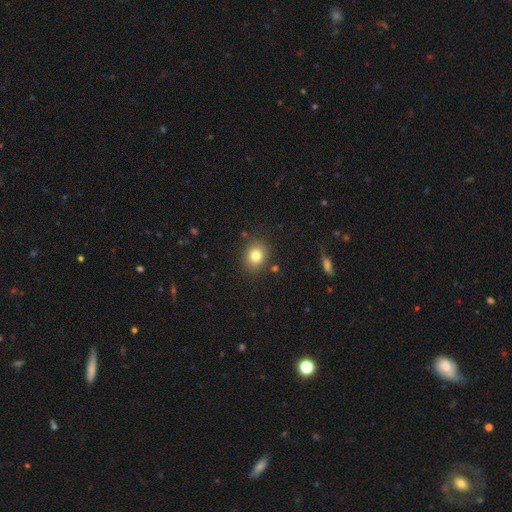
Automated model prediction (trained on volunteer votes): This appears to be a smooth galaxy with no disk features (80%) that is round (64%). Merging: none (85%).